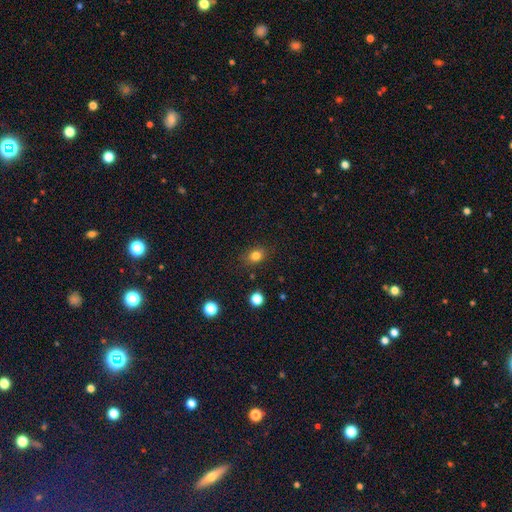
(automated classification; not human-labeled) smooth 81%, star or artifact 13%, featured or disk 6%. Down the decision tree: how rounded — round (53%); merging — none (82%).